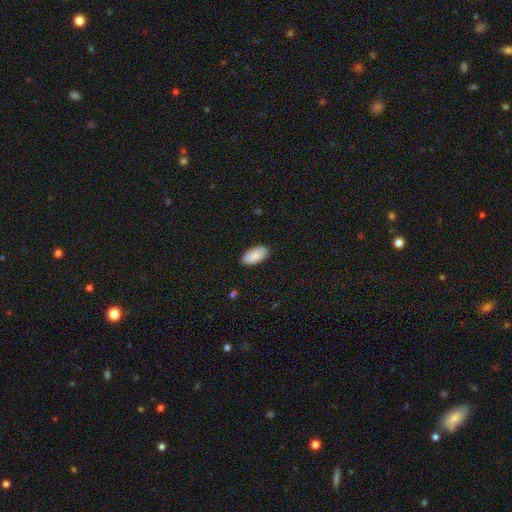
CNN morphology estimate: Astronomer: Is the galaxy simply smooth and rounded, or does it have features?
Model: smooth — 87%.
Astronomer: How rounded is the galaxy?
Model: in between — 95%.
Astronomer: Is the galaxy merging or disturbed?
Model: none — 86%.